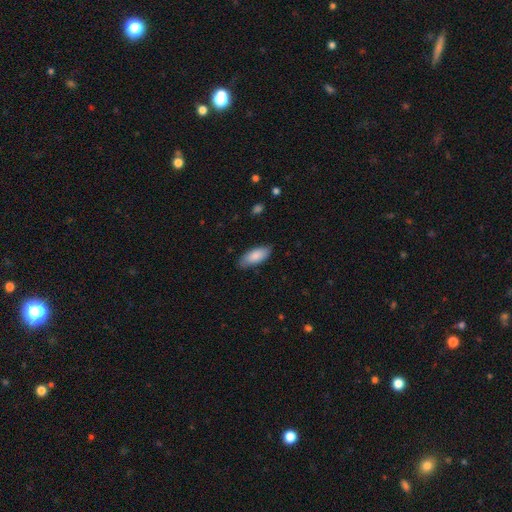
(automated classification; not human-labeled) The model was most divided on "merging": none: 80%, minor disturbance: 16%, major disturbance: 3%, merger: 1%. More confident: how rounded — in between (86%); smooth or featured — smooth (85%).